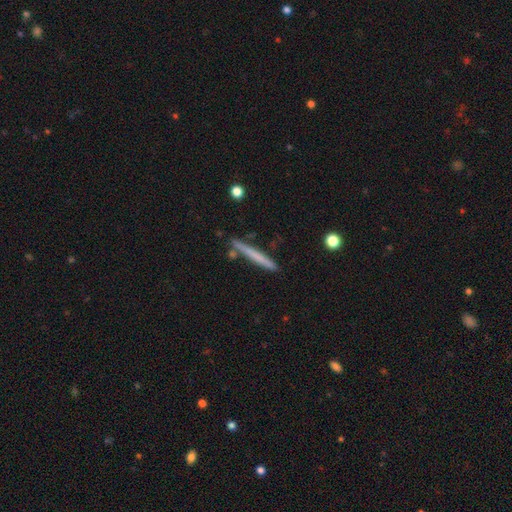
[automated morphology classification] Smooth or featured?
  - smooth: 57% *
  - featured or disk: 37%
  - star or artifact: 6%
How rounded?
  - cigar-shaped: 97% *
  - in between: 2%
  - round: 1%
Merging?
  - none: 83% *
  - minor disturbance: 10%
  - merger: 5%
  - major disturbance: 2%